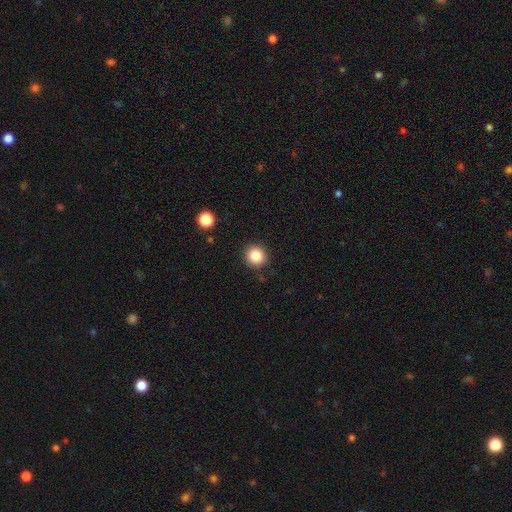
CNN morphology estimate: type=smooth (85%); roundness=round (91%); merging=none (90%).